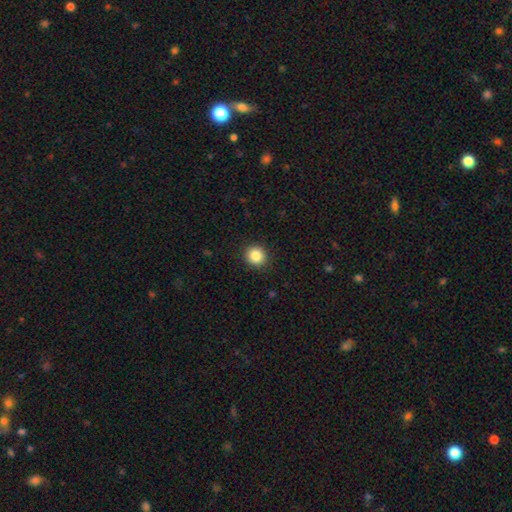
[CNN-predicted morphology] A smooth galaxy with no disk features (86%) that is round (88%).

Vote fractions:
- Smooth or featured? smooth: 86% / star or artifact: 10% / featured or disk: 4%
- How rounded? round: 88% / in between: 11% / cigar-shaped: 1%
- Merging? none: 91% / minor disturbance: 6% / major disturbance: 2% / merger: 1%